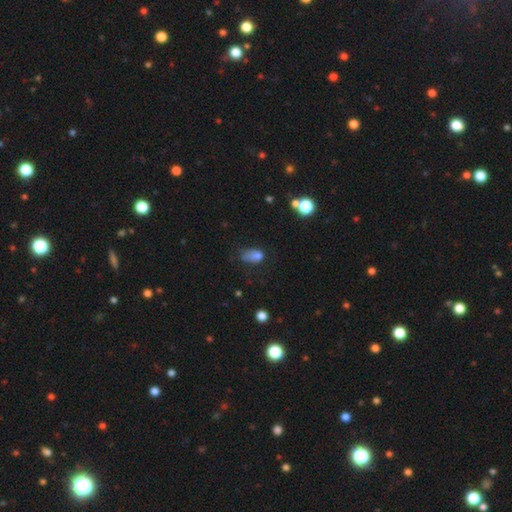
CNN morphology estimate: Overall: smooth (74%). How rounded: in between (83%). Merging: minor disturbance (35%; none 31%).